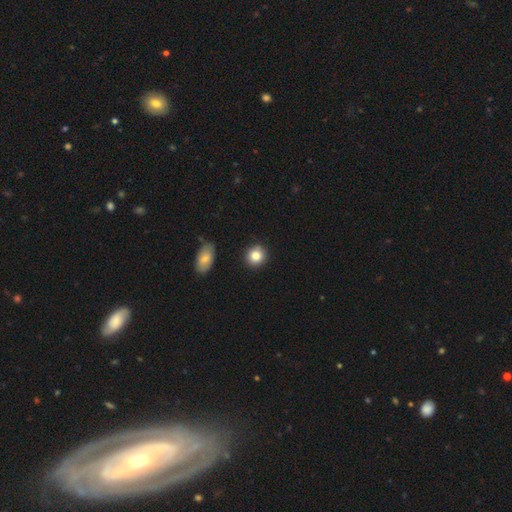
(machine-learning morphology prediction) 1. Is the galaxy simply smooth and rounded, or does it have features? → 83% smooth, 10% star or artifact, 7% featured or disk.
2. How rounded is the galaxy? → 86% round, 13% in between, 1% cigar-shaped.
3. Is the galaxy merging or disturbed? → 88% none, 8% minor disturbance, 2% merger, 2% major disturbance.